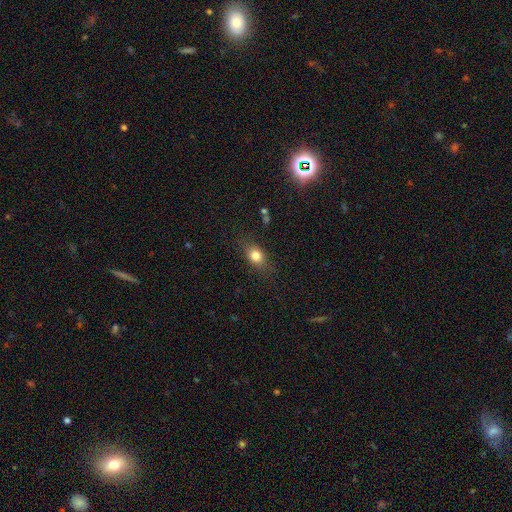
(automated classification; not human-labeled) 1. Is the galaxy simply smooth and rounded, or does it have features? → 79% smooth, 11% featured or disk, 10% star or artifact.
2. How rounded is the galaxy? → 64% in between, 31% round, 5% cigar-shaped.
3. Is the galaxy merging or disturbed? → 79% none, 15% minor disturbance, 5% major disturbance, 1% merger.